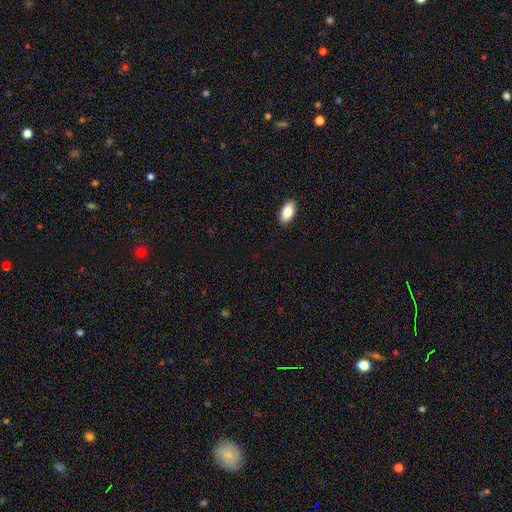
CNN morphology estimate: A smooth galaxy with no disk features (68%) that is in between round and cigar-shaped (64%). Merging: none (84%).